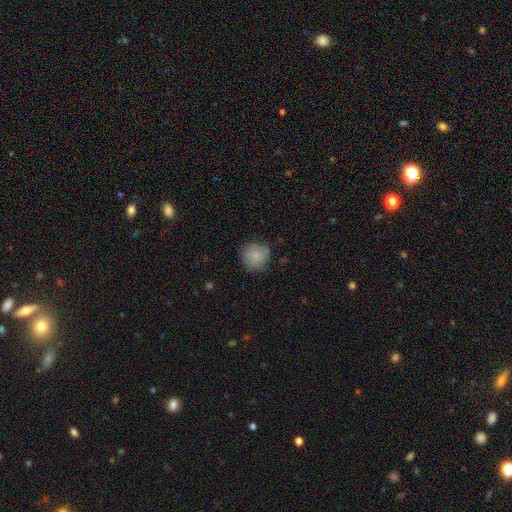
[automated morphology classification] Smooth or featured: smooth — 78% (featured or disk — 14%)
How rounded: round — 89% (in between — 10%)
Merging: none — 73% (minor disturbance — 21%)